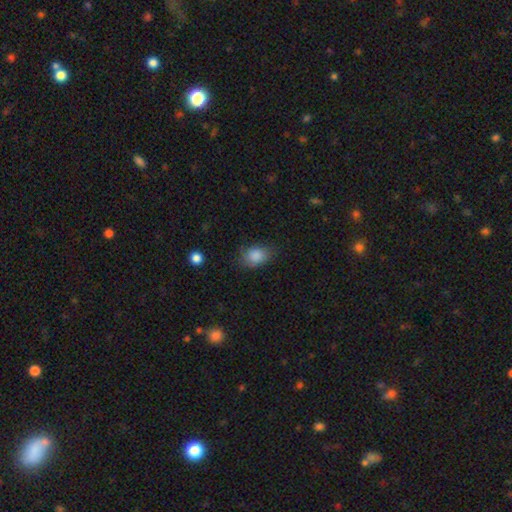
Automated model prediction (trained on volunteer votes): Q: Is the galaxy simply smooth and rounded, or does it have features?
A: smooth — 86%.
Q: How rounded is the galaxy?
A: in between — 68%.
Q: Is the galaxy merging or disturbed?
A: none — 66%.